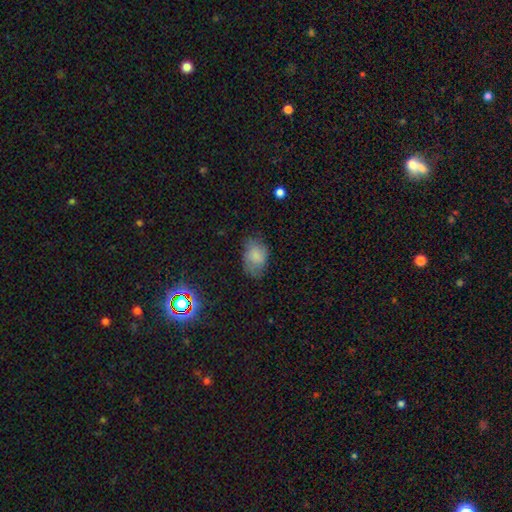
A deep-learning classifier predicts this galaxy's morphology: Overall: smooth (75%). How rounded: in between (84%). Merging: none (59%; minor disturbance 30%).